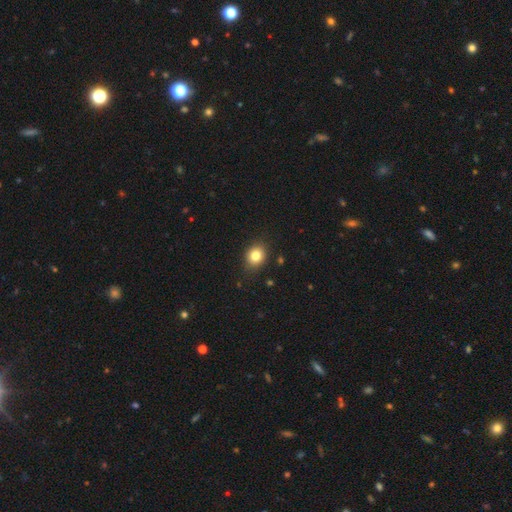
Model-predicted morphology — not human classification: The model was most divided on "how rounded": round: 59%, in between: 40%, cigar-shaped: 1%. More confident: merging — none (86%); smooth or featured — smooth (82%).